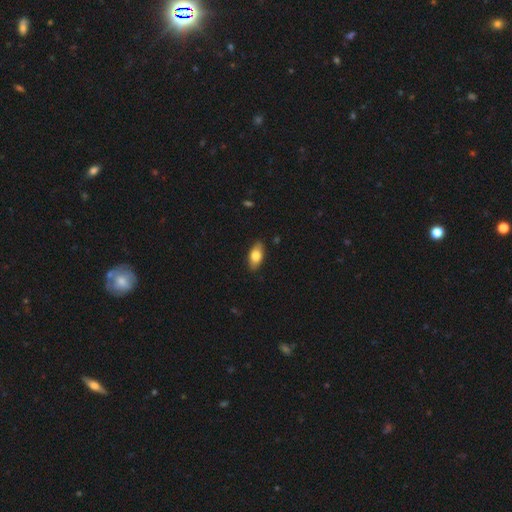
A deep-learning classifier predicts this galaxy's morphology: Overall: smooth (77%). How rounded: in between (89%). Merging: none (87%).